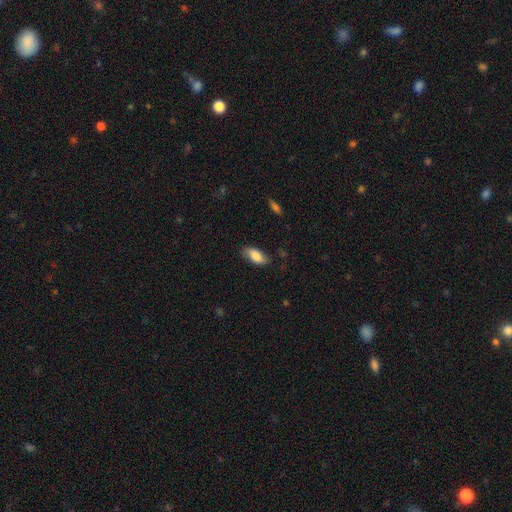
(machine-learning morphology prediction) smooth_or_featured: smooth (p=0.82) [alt: featured or disk p=0.11]
how_rounded: in between (p=0.89) [alt: cigar-shaped p=0.08]
merging: none (p=0.77) [alt: minor disturbance p=0.18]